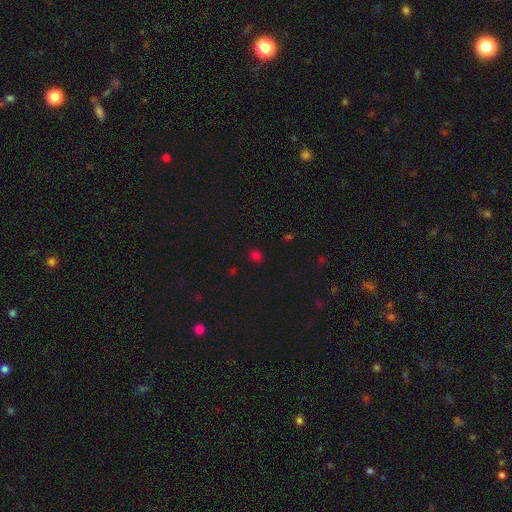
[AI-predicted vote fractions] Q: Smooth or featured?
A: smooth (73%); runner-up: star or artifact (23%)
Q: How rounded?
A: in between (58%); runner-up: round (40%)
Q: Merging?
A: none (86%); runner-up: minor disturbance (10%)